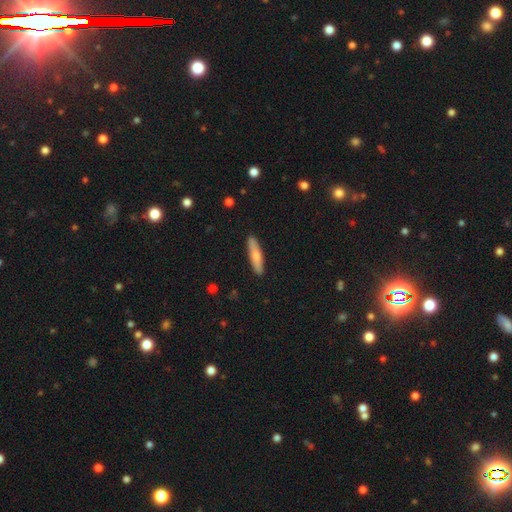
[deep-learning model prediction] Smooth or featured? smooth (72%)
How rounded? cigar-shaped (81%)
Merging? none (90%)